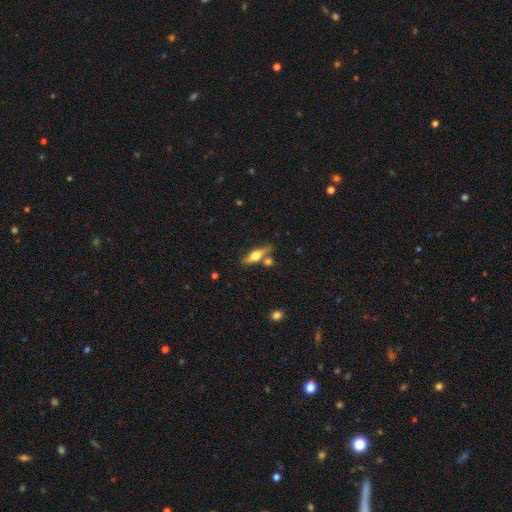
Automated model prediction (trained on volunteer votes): featured or disk 51%, smooth 42%, star or artifact 7%. Down the decision tree: edge-on disk — yes (90%); merging — none (67%).